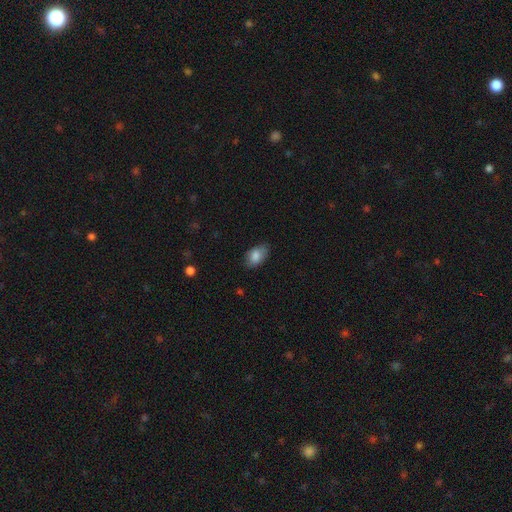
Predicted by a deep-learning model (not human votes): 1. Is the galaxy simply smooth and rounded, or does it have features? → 84% smooth, 8% featured or disk, 7% star or artifact.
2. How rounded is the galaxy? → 90% in between, 8% round, 2% cigar-shaped.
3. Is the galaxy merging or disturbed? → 75% none, 21% minor disturbance, 4% major disturbance, 1% merger.